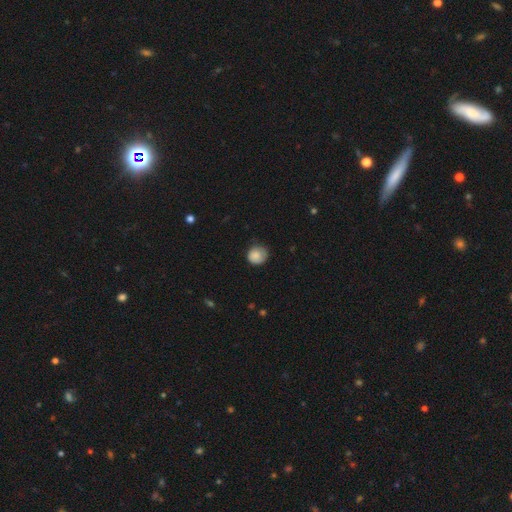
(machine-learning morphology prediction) Smooth or featured? Predicted: smooth (p=0.84). How rounded? Predicted: round (p=0.87). Merging? Predicted: none (p=0.65).